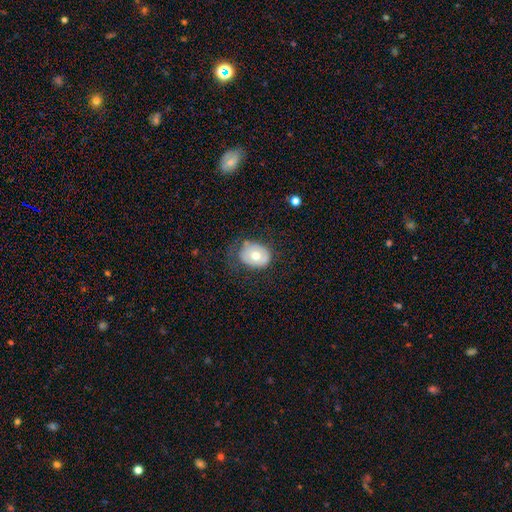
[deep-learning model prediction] Q: Smooth or featured?
A: smooth (62%); runner-up: featured or disk (30%)
Q: How rounded?
A: in between (54%); runner-up: round (45%)
Q: Merging?
A: none (57%); runner-up: minor disturbance (27%)